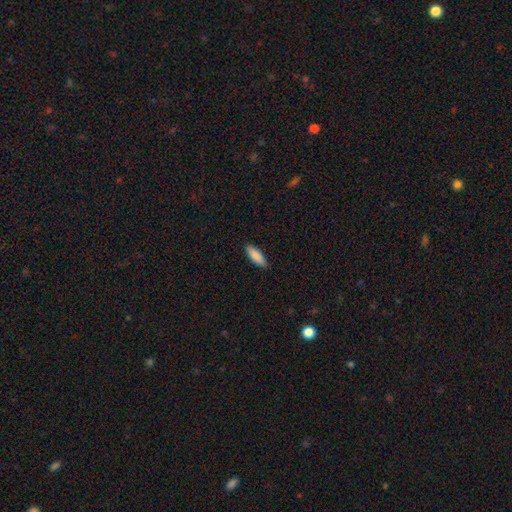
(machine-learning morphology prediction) Smooth or featured? smooth (88%)
How rounded? in between (60%)
Merging? none (88%)